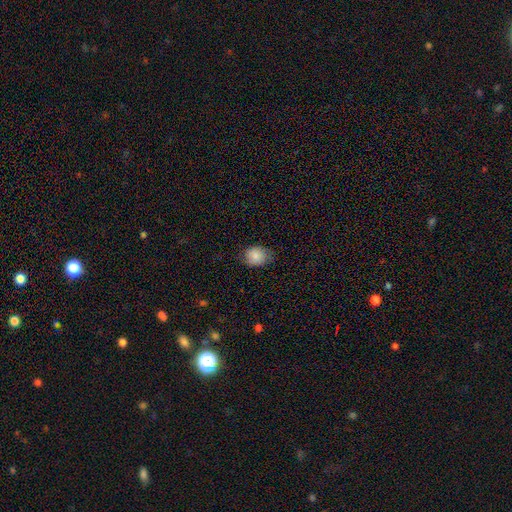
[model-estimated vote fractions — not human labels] Smooth or featured?
  - smooth: 83% *
  - featured or disk: 9%
  - star or artifact: 8%
How rounded?
  - round: 57% *
  - in between: 42%
  - cigar-shaped: 1%
Merging?
  - none: 71% *
  - minor disturbance: 23%
  - major disturbance: 5%
  - merger: 1%